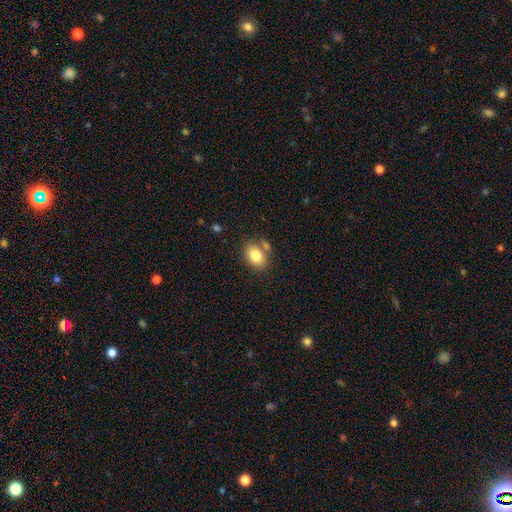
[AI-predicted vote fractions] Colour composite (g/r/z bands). It shows a smooth galaxy with no disk features (82%) that is in between round and cigar-shaped (78%). Merging: none (66%).